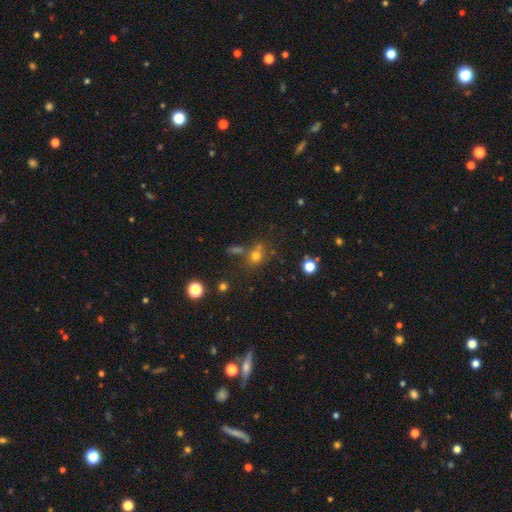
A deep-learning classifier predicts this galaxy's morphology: smooth-or-featured: smooth: 68% | star or artifact: 22% | featured or disk: 11%
  how-rounded: round: 71% | in between: 28% | cigar-shaped: 2%
  merging: none: 61% | merger: 19% | minor disturbance: 13% | major disturbance: 7%